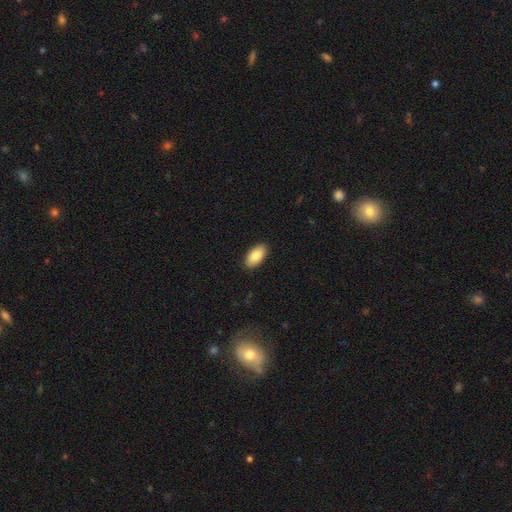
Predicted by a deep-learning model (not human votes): Smooth or featured: smooth — 87% (featured or disk — 7%)
How rounded: in between — 95% (cigar-shaped — 3%)
Merging: none — 90% (minor disturbance — 8%)